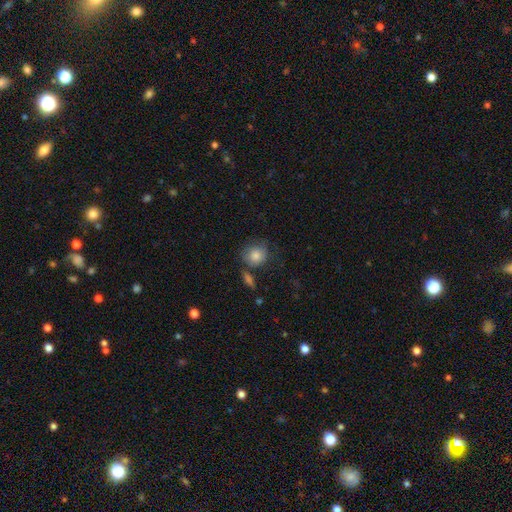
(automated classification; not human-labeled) smooth_or_featured: smooth (p=0.82) [alt: featured or disk p=0.10]
how_rounded: round (p=0.81) [alt: in between p=0.18]
merging: none (p=0.64) [alt: minor disturbance p=0.20]